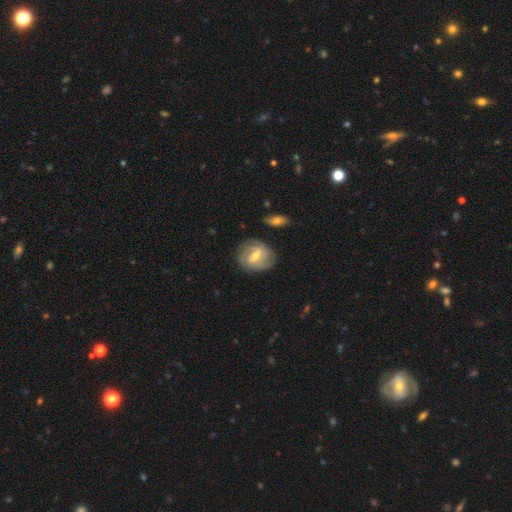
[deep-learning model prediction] A featured or disk galaxy (63%) with a weak bar (53%), spiral arms (77%) and a moderate central bulge (58%). Merging: none (75%).